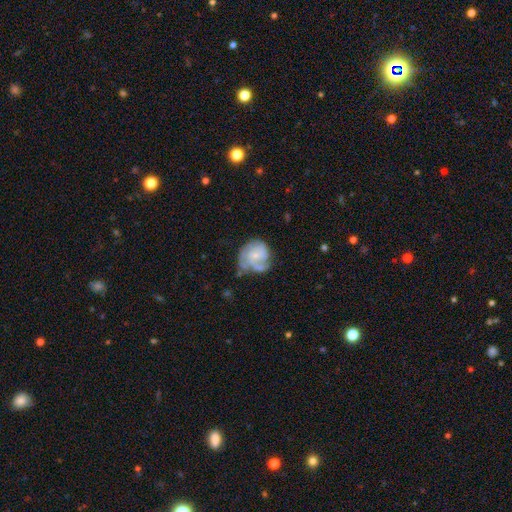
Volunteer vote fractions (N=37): featured or disk 92%, smooth 5%, star or artifact 3%. Down the decision tree: edge-on disk — no (100%); bar — no (53%); spiral arms — yes (94%); spiral arm count — 2 (41%); spiral winding — medium (50%); bulge size — small (74%); merging — none (58%).